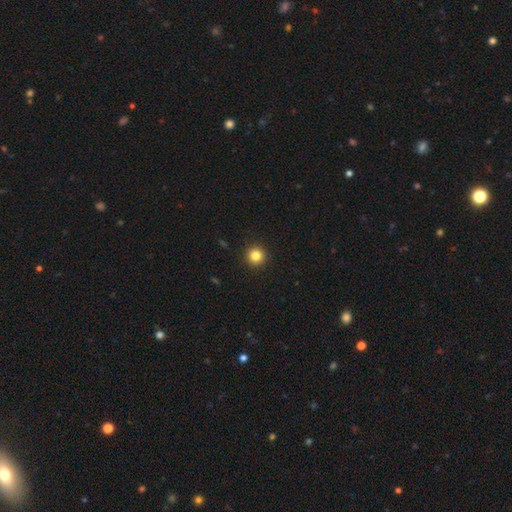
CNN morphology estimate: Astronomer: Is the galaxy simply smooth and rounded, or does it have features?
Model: smooth — 83%.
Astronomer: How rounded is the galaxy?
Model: round — 96%.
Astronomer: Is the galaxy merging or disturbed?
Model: none — 93%.